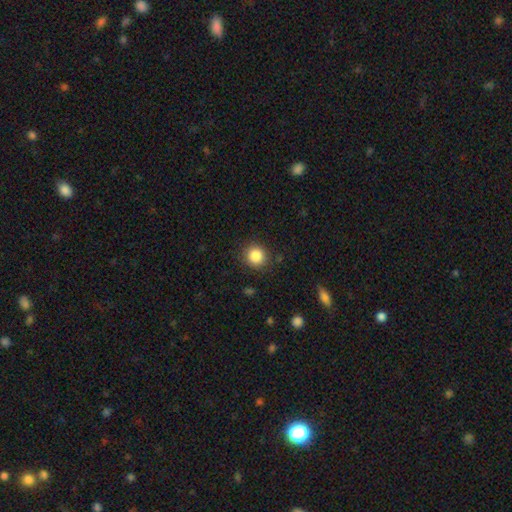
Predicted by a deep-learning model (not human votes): Smooth or featured? Predicted: smooth (p=0.86). How rounded? Predicted: round (p=0.90). Merging? Predicted: none (p=0.88).